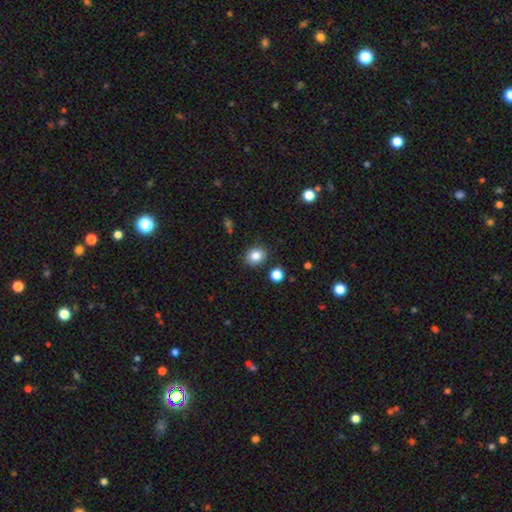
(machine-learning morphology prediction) Q: Smooth or featured?
A: smooth (84%); runner-up: star or artifact (10%)
Q: How rounded?
A: round (64%); runner-up: in between (35%)
Q: Merging?
A: none (84%); runner-up: minor disturbance (9%)